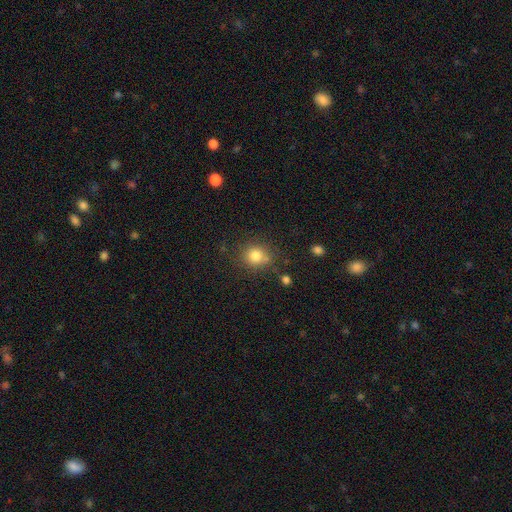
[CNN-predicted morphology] This appears to be a smooth galaxy with no disk features (81%) that is round (79%). Merging: none (73%).